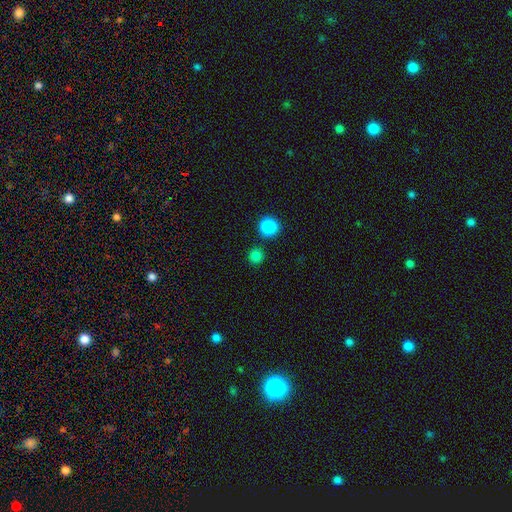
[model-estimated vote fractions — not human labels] Overall: smooth (82%). How rounded: round (92%). Merging: none (83%).